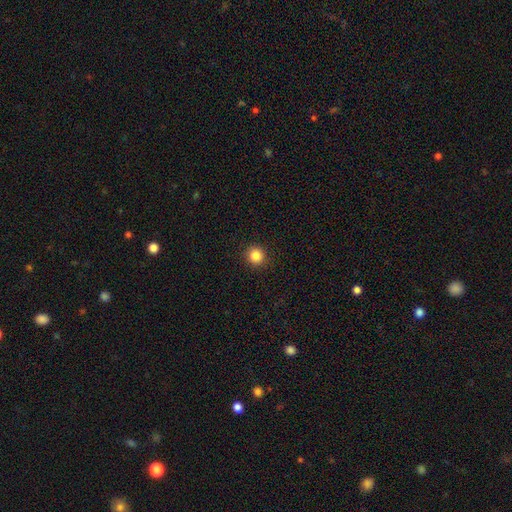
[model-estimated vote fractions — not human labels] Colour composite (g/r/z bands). It shows a smooth galaxy with no disk features (85%) that is round (93%). Merging: none (92%).